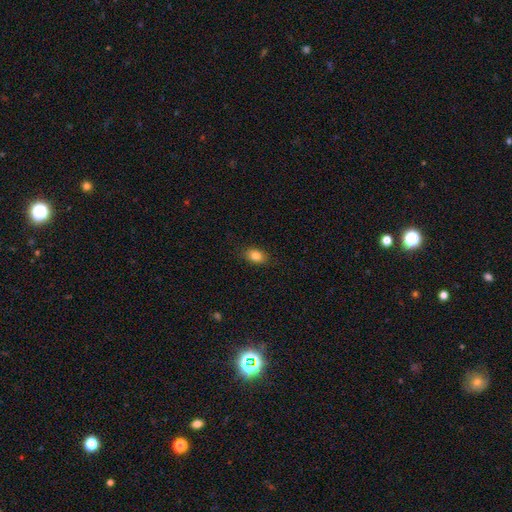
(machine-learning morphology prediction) The model was most divided on "how rounded": in between: 79%, round: 19%, cigar-shaped: 2%. More confident: merging — none (87%); smooth or featured — smooth (83%).